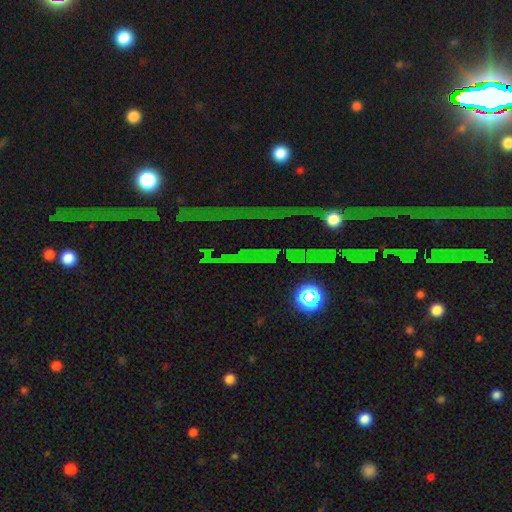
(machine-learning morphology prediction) Smooth or featured? star or artifact (77%)